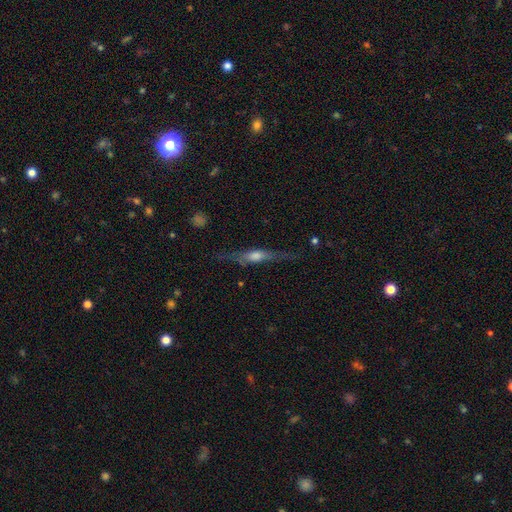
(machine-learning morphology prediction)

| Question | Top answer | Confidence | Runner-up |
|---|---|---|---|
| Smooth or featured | featured or disk | 67% | smooth (26%) |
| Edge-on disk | yes | 93% | no (7%) |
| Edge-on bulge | rounded | 75% | boxy (16%) |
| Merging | none | 75% | minor disturbance (17%) |